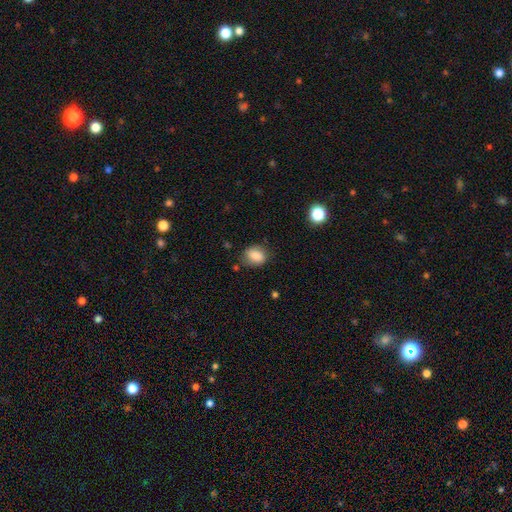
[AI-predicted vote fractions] smooth_or_featured: smooth (p=0.85) [alt: star or artifact p=0.09]
how_rounded: in between (p=0.59) [alt: round p=0.39]
merging: none (p=0.76) [alt: minor disturbance p=0.17]